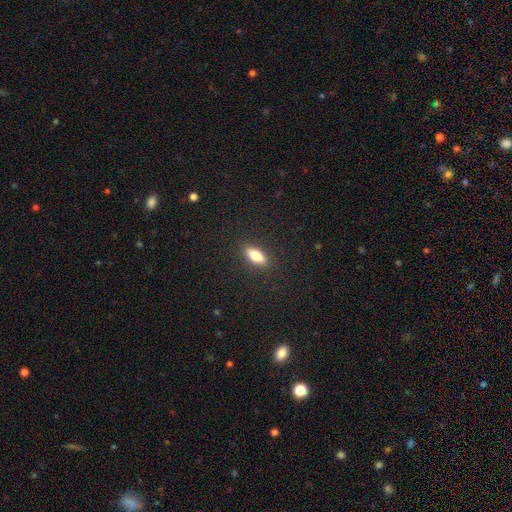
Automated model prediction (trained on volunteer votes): Smooth or featured?
  - smooth: 77% *
  - featured or disk: 15%
  - star or artifact: 8%
How rounded?
  - in between: 72% *
  - cigar-shaped: 24%
  - round: 4%
Merging?
  - none: 88% *
  - minor disturbance: 9%
  - major disturbance: 2%
  - merger: 1%